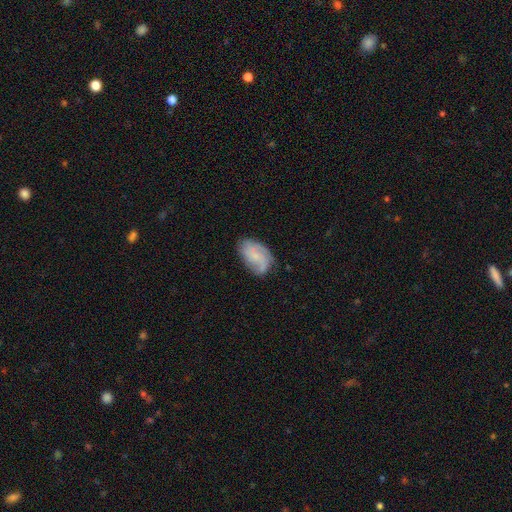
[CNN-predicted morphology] A featured or disk galaxy (49%). Merging: none (63%).